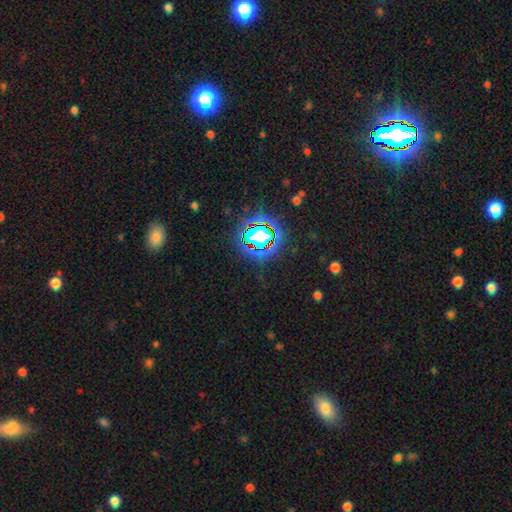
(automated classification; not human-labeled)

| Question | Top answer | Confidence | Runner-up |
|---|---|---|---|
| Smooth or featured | star or artifact | 80% | smooth (12%) |